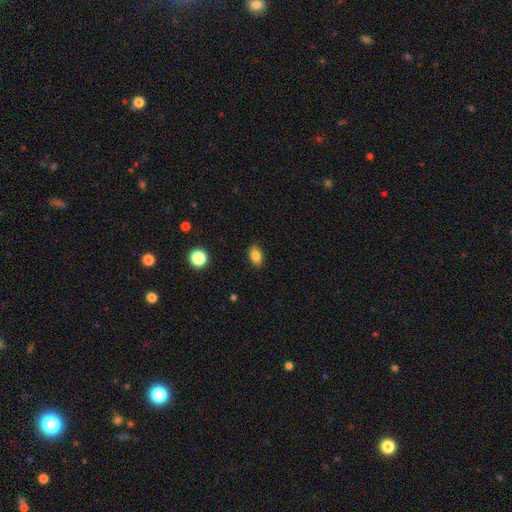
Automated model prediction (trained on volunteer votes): Q: Smooth or featured?
A: smooth (83%); runner-up: star or artifact (10%)
Q: How rounded?
A: in between (87%); runner-up: round (10%)
Q: Merging?
A: none (88%); runner-up: minor disturbance (9%)